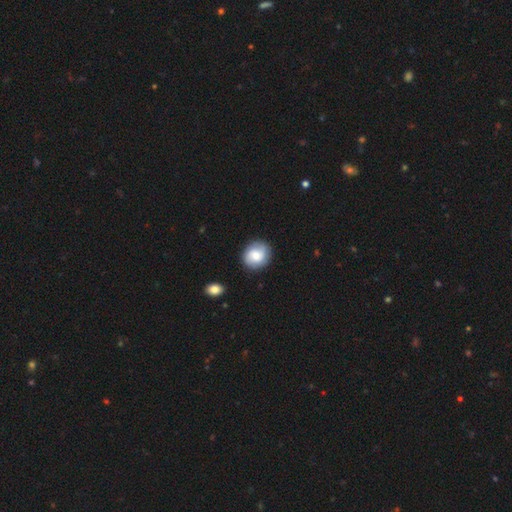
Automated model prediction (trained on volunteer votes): Overall: smooth (65%; featured or disk 27%). How rounded: round (81%). Merging: none (86%).